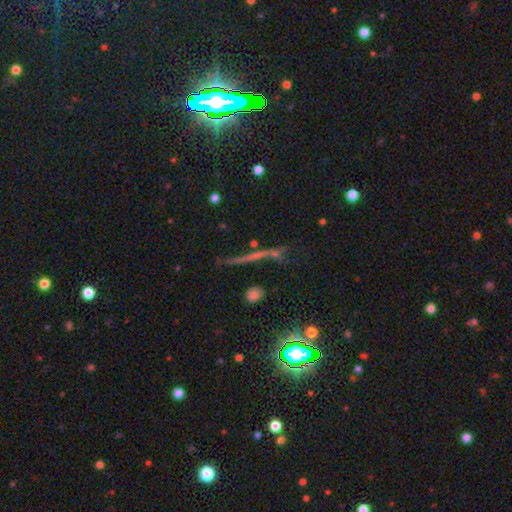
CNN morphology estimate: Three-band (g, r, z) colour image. It shows a featured or disk galaxy (40%). Merging: none (79%).